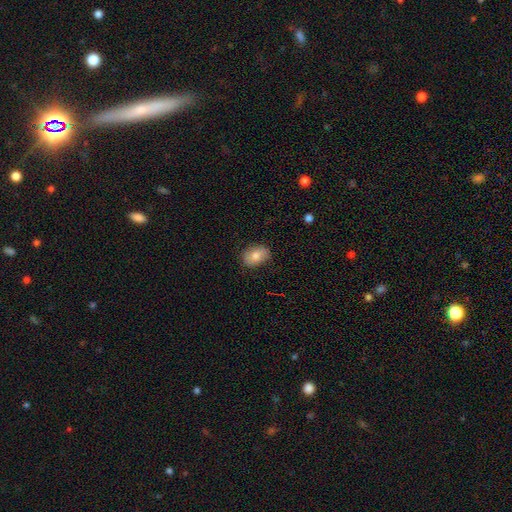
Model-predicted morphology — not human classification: A smooth galaxy with no disk features (77%) that is in between round and cigar-shaped (79%). Merging: none (83%).